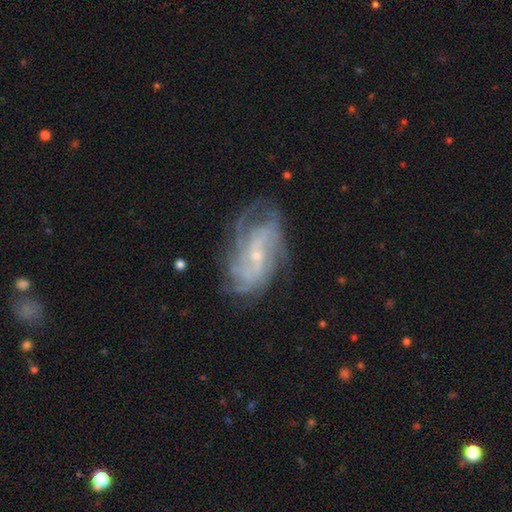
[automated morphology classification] A featured or disk galaxy (83%) with no bar (47%), tight (50%) spiral arms (94%) and a small central bulge (78%). Merging: none (71%).